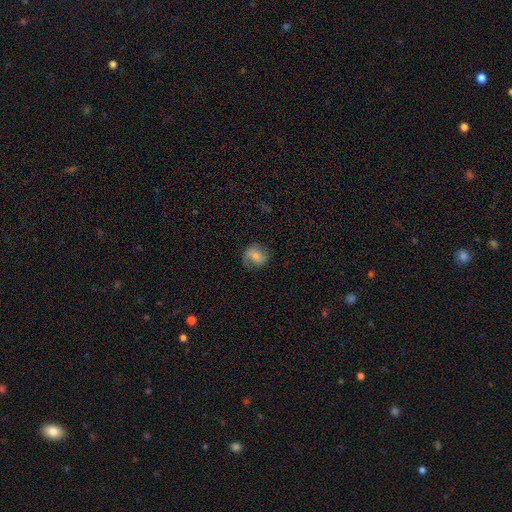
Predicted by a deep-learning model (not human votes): Smooth or featured? smooth (60%)
How rounded? round (65%)
Merging? none (62%)